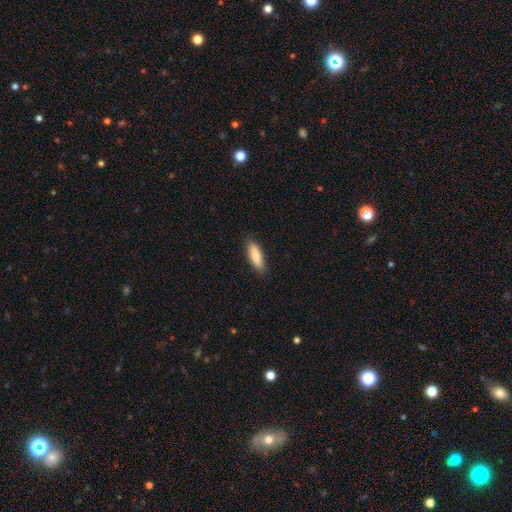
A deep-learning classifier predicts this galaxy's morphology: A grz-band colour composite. It shows a smooth galaxy with no disk features (86%) that is in between round and cigar-shaped (53%). Merging: none (86%).